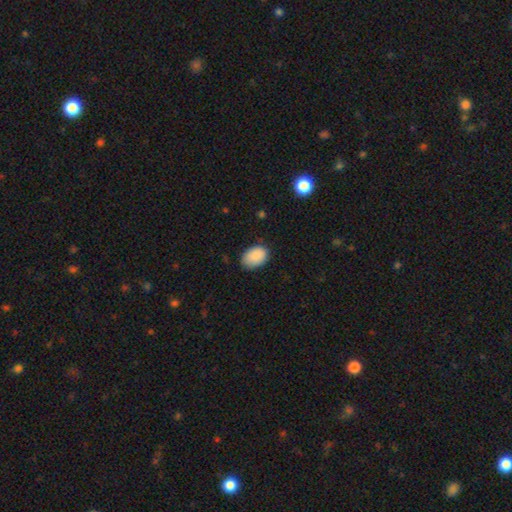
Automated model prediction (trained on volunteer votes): The model was most divided on "merging": none: 74%, minor disturbance: 21%, major disturbance: 3%, merger: 1%. More confident: smooth or featured — smooth (89%); how rounded — in between (83%).